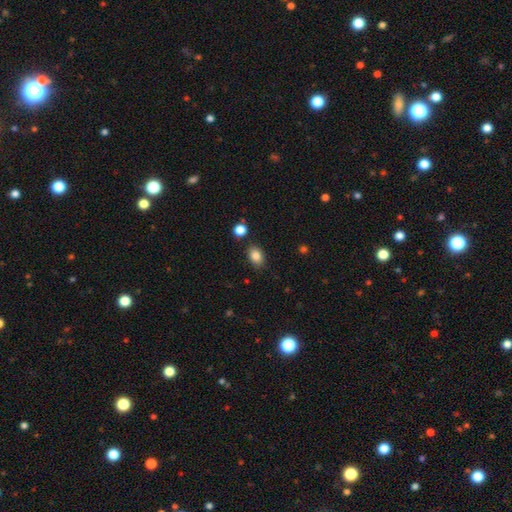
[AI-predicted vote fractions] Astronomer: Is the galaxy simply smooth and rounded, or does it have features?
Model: smooth — 85%.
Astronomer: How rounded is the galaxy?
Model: in between — 75%.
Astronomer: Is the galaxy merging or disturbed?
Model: none — 83%.